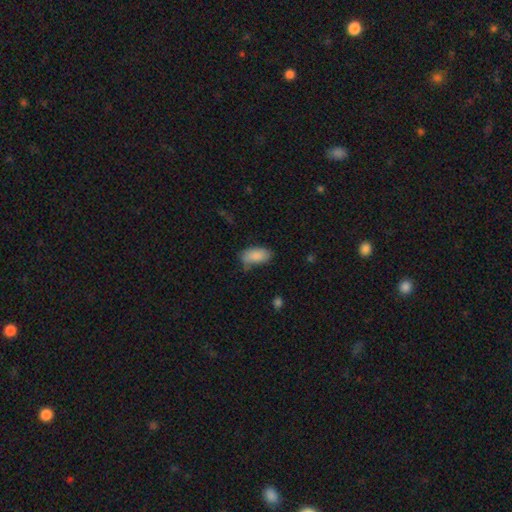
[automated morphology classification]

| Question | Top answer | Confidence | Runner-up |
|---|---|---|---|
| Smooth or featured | smooth | 87% | star or artifact (7%) |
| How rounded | in between | 93% | cigar-shaped (4%) |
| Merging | none | 62% | minor disturbance (27%) |